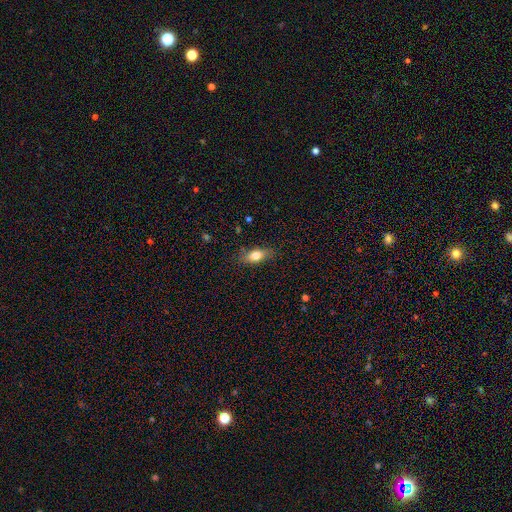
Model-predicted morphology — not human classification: smooth 77%, featured or disk 15%, star or artifact 8%. Down the decision tree: how rounded — in between (77%); merging — none (81%).